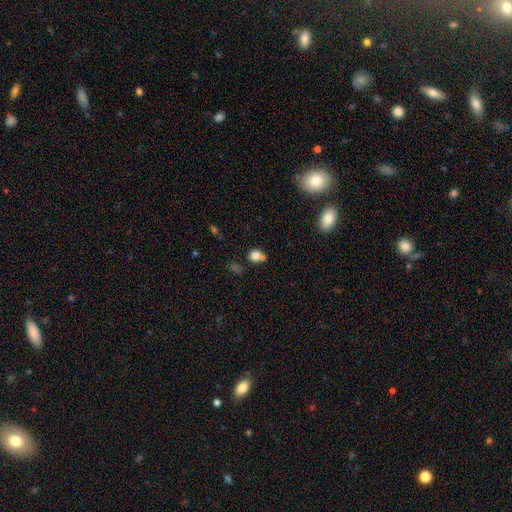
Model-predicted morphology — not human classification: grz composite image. It shows a smooth galaxy with no disk features (79%) that is round (64%). Merging: none (51%).